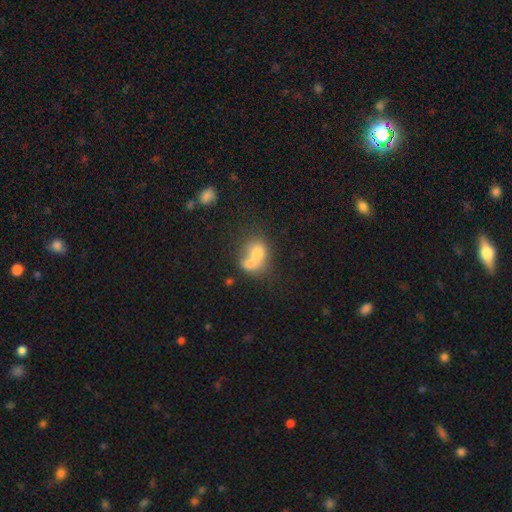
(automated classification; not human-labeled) The model was most divided on "how rounded": in between: 59%, round: 39%, cigar-shaped: 2%. More confident: smooth or featured — smooth (67%); merging — merger (66%).